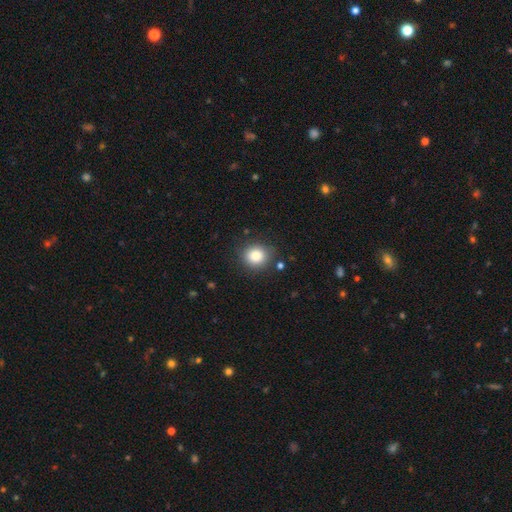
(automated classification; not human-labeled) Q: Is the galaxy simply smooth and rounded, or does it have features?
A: smooth — 85%.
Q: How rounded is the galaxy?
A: round — 83%.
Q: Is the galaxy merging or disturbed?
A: none — 84%.